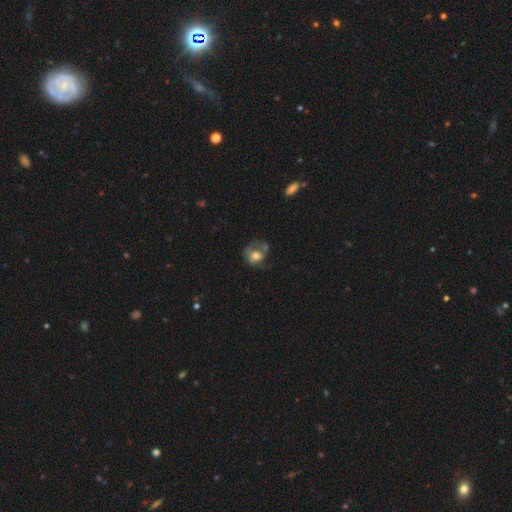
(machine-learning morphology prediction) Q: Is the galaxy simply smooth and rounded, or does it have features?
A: smooth — 47%.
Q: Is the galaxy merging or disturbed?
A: none — 36%.